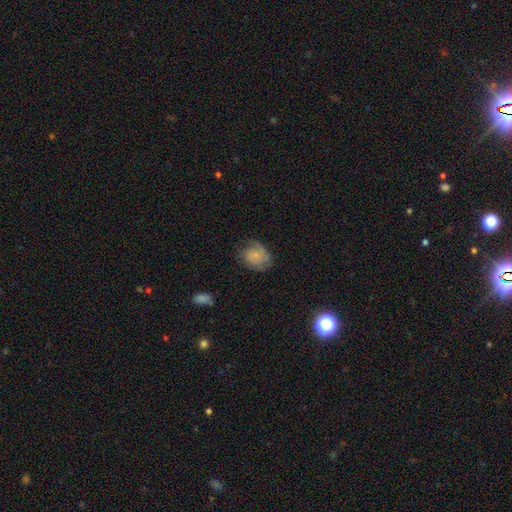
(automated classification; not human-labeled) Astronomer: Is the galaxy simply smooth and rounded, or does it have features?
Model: featured or disk — 55% (runner-up: smooth, 37%).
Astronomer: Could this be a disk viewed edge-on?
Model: no — 98%.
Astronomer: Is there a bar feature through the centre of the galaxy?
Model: no — 70%.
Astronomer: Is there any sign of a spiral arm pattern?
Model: yes — 87%.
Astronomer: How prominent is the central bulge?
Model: small — 64%.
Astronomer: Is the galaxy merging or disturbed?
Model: none — 61%.